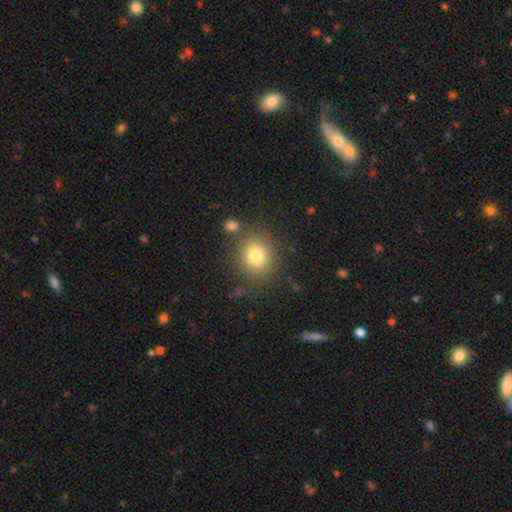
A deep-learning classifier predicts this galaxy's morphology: smooth-or-featured: smooth: 78% | star or artifact: 13% | featured or disk: 10%
  how-rounded: round: 79% | in between: 20% | cigar-shaped: 1%
  merging: none: 82% | minor disturbance: 9% | merger: 5% | major disturbance: 4%